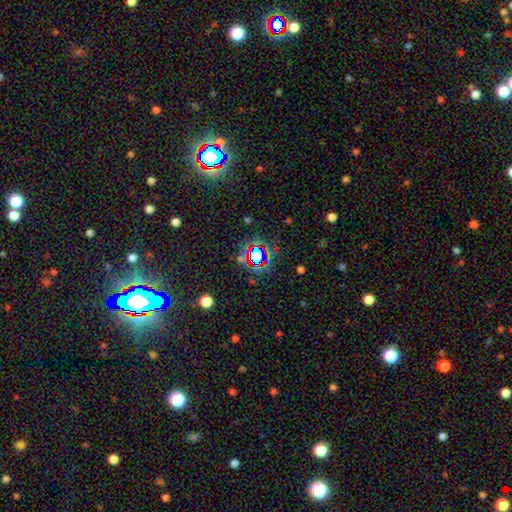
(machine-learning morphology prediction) Overall: star or artifact (65%).